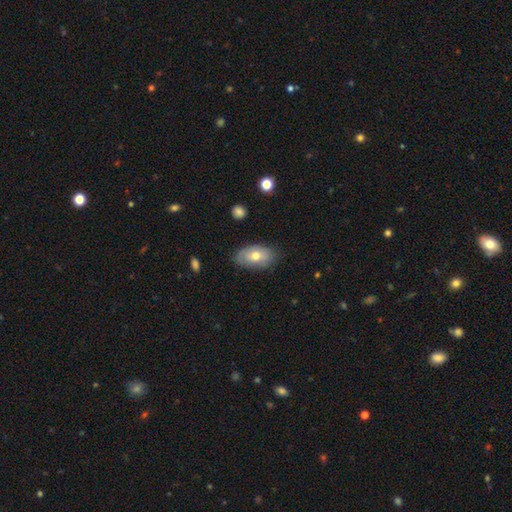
smooth_or_featured: smooth (p=0.64) [alt: featured or disk p=0.28]
how_rounded: in between (p=0.96) [alt: round p=0.04]
merging: none (p=0.83) [alt: minor disturbance p=0.14]